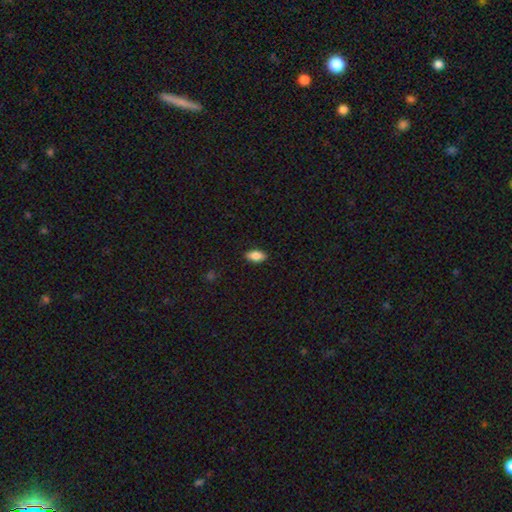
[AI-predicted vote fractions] A smooth galaxy with no disk features (85%) that is in between round and cigar-shaped (92%). Merging: none (89%).